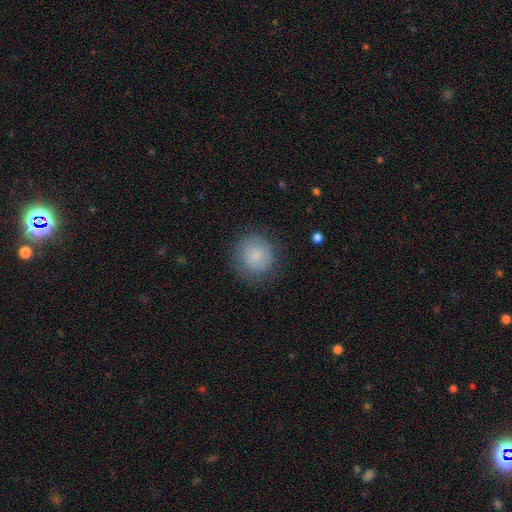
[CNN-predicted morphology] A smooth galaxy with no disk features (79%) that is round (93%). Merging: none (81%).